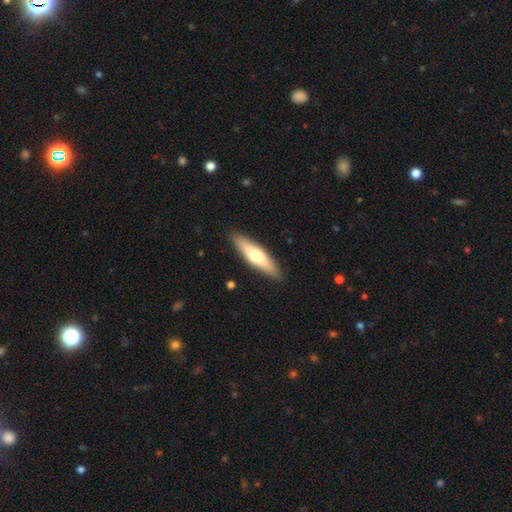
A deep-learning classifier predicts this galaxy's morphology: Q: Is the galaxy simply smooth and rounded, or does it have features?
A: smooth — 60%.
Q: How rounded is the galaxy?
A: cigar-shaped — 68%.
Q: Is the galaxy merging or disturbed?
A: none — 89%.